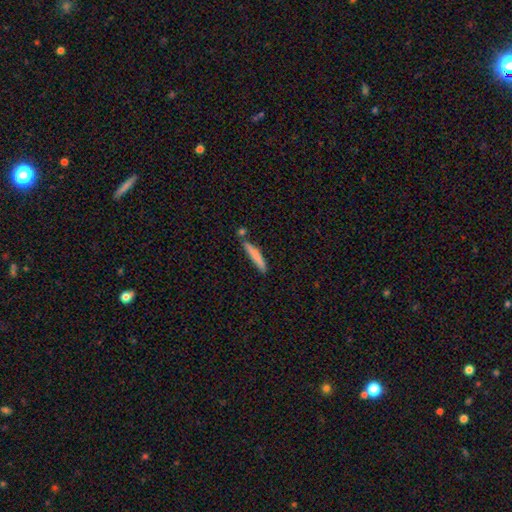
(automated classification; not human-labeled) Morphology: type=smooth (76%); roundness=cigar-shaped (92%); merging=none (70%).